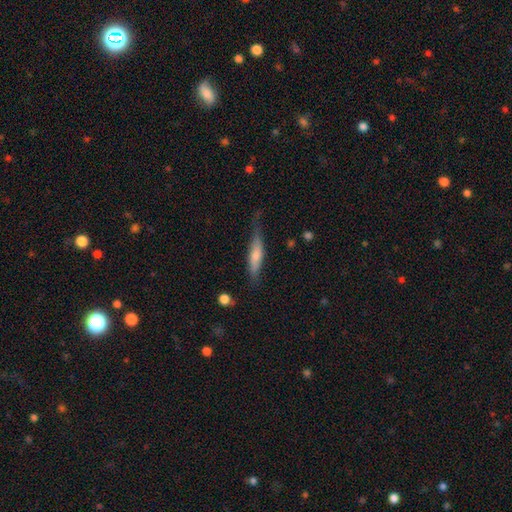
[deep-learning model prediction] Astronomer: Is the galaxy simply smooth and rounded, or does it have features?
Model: smooth — 62%.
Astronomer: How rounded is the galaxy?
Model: cigar-shaped — 74%.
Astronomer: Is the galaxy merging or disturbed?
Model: none — 55% (runner-up: minor disturbance, 30%).